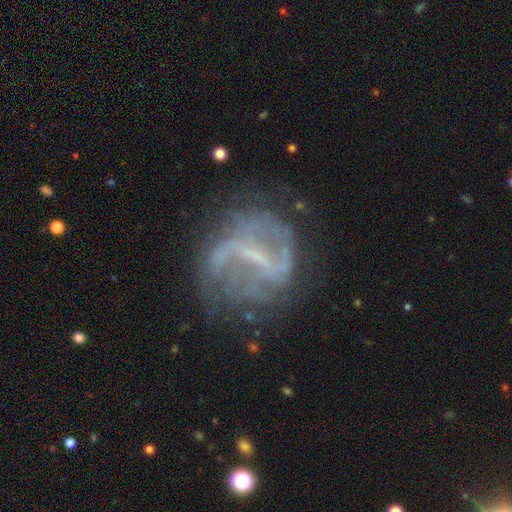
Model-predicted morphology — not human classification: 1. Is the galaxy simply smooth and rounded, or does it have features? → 80% featured or disk, 11% star or artifact, 9% smooth.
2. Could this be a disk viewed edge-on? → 97% no, 3% yes.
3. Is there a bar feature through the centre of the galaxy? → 52% strong, 35% weak, 13% no.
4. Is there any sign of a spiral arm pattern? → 79% yes, 21% no.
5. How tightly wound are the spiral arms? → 53% loose, 32% medium, 15% tight.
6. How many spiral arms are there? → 67% 2, 17% can't tell, 6% 1, 5% 3, 3% 4, 3% more than 4.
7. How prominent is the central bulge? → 50% small, 38% none, 10% moderate, 1% large, 1% dominant.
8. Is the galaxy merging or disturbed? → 64% none, 17% minor disturbance, 16% major disturbance, 3% merger.